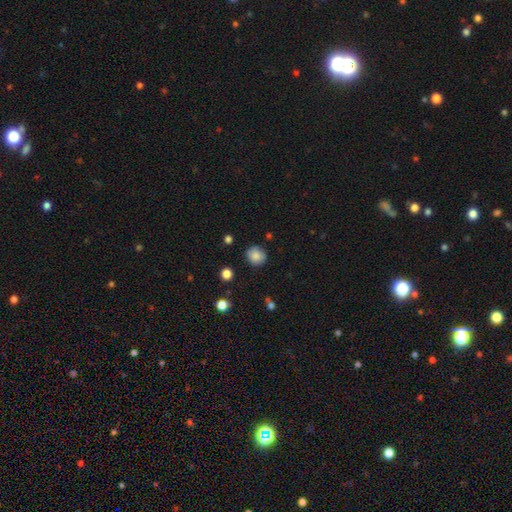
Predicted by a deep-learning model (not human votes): Smooth or featured: smooth — 85% (star or artifact — 10%)
How rounded: round — 86% (in between — 13%)
Merging: none — 84% (minor disturbance — 11%)